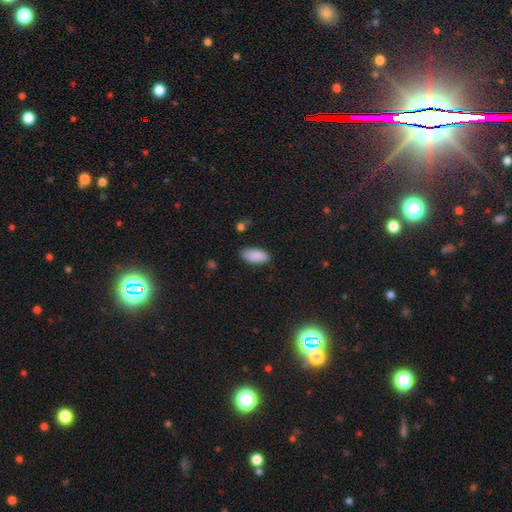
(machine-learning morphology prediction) This appears to be a smooth galaxy with no disk features (89%) that is in between round and cigar-shaped (90%). Merging: none (81%).